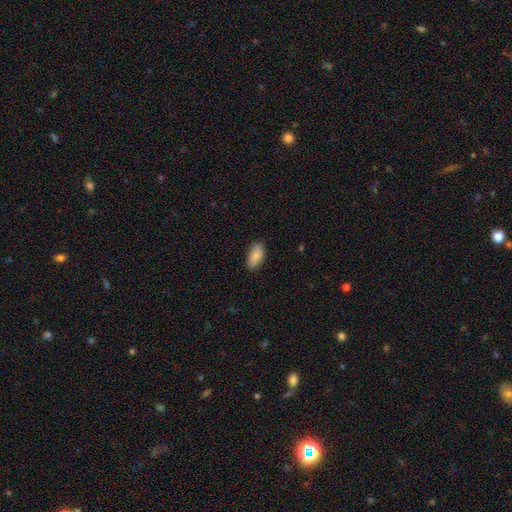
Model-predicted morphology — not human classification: Q: Smooth or featured?
A: smooth (86%); runner-up: featured or disk (7%)
Q: How rounded?
A: in between (93%); runner-up: cigar-shaped (4%)
Q: Merging?
A: none (84%); runner-up: minor disturbance (13%)